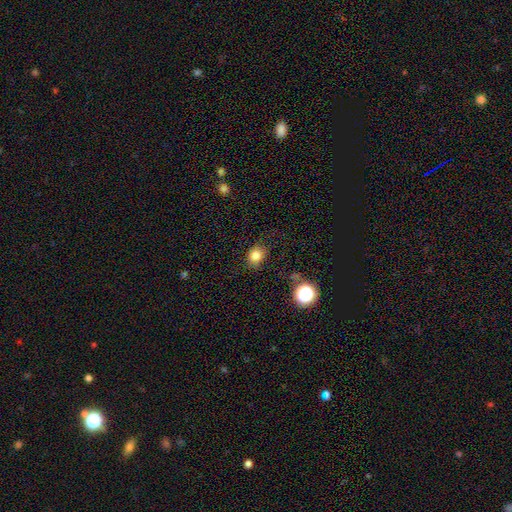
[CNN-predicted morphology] Smooth or featured?
  - smooth: 81% *
  - star or artifact: 13%
  - featured or disk: 6%
How rounded?
  - round: 61% *
  - in between: 38%
  - cigar-shaped: 1%
Merging?
  - none: 80% *
  - minor disturbance: 14%
  - major disturbance: 4%
  - merger: 2%